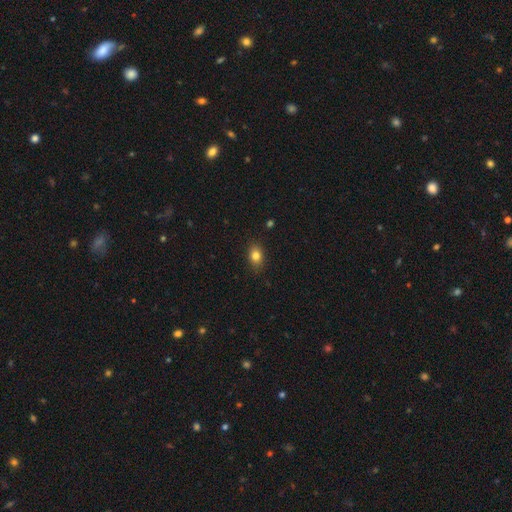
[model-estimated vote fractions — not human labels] A smooth galaxy with no disk features (82%) that is in between round and cigar-shaped (69%). Merging: none (86%).